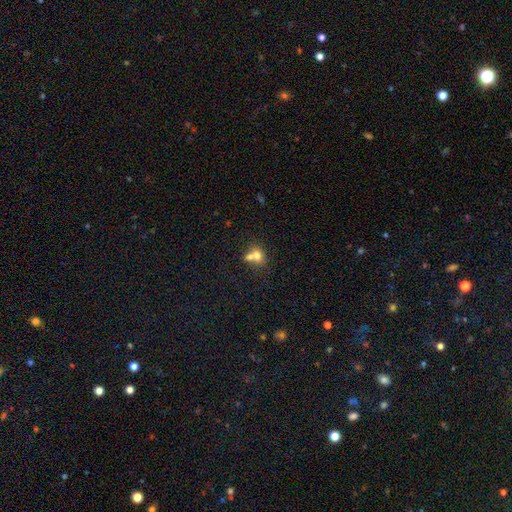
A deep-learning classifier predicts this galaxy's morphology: A smooth galaxy with no disk features (71%) that is round (55%).

Vote fractions:
- Smooth or featured? smooth: 71% / featured or disk: 17% / star or artifact: 11%
- How rounded? round: 55% / in between: 44% / cigar-shaped: 1%
- Merging? merger: 60% / none: 29% / minor disturbance: 7% / major disturbance: 4%